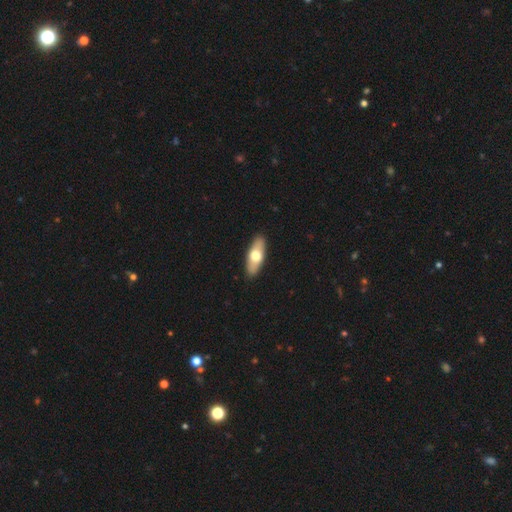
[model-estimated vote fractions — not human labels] smooth-or-featured: smooth: 61% | featured or disk: 34% | star or artifact: 5%
  how-rounded: in between: 71% | cigar-shaped: 26% | round: 3%
  merging: none: 90% | minor disturbance: 7% | major disturbance: 2% | merger: 1%